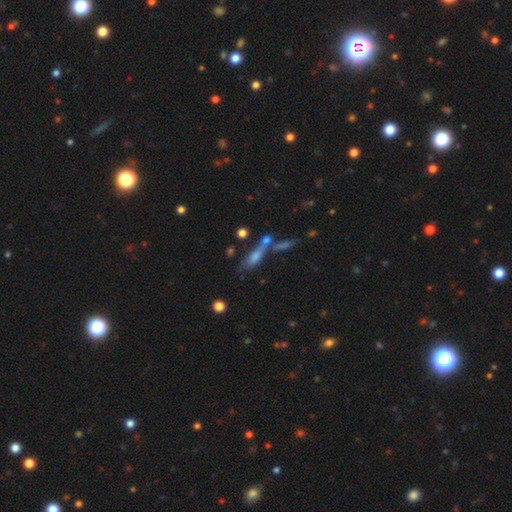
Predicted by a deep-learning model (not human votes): A smooth galaxy with no disk features (46%). Merging: none (42%).